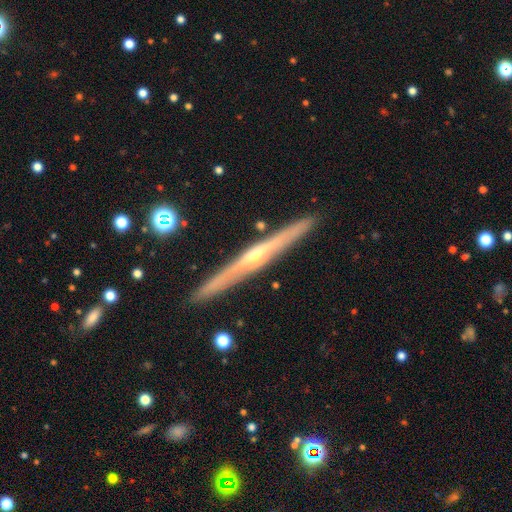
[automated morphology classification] featured or disk 78%, smooth 17%, star or artifact 5%. Down the decision tree: edge-on disk — yes (97%); edge-on bulge — rounded (83%); merging — none (89%).